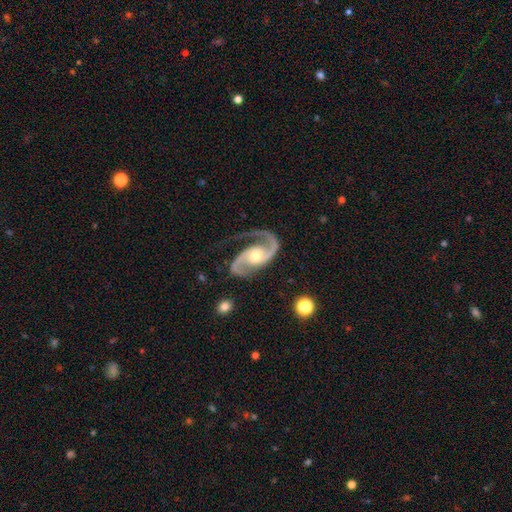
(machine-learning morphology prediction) smooth_or_featured: featured or disk (p=0.94) [alt: star or artifact p=0.04]
disk_edge_on: no (p=0.98) [alt: yes p=0.02]
bar: no (p=0.57) [alt: weak p=0.28]
has_spiral_arms: yes (p=0.98) [alt: no p=0.02]
spiral_winding: medium (p=0.57) [alt: loose p=0.25]
spiral_arm_count: 2 (p=0.92) [alt: 1 p=0.03]
bulge_size: moderate (p=0.58) [alt: small p=0.37]
merging: none (p=0.72) [alt: minor disturbance p=0.16]